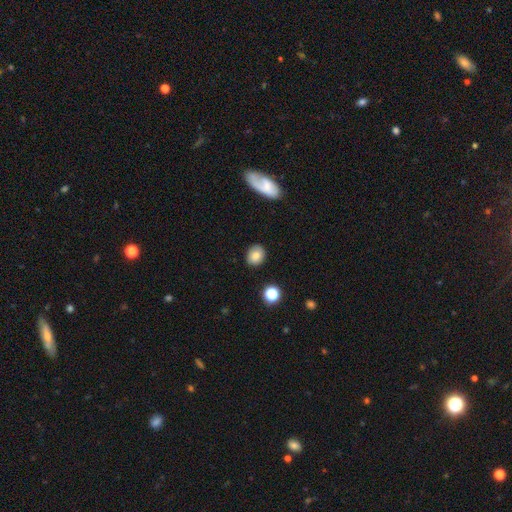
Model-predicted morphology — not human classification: A smooth galaxy with no disk features (80%) that is round (58%). Merging: none (85%).